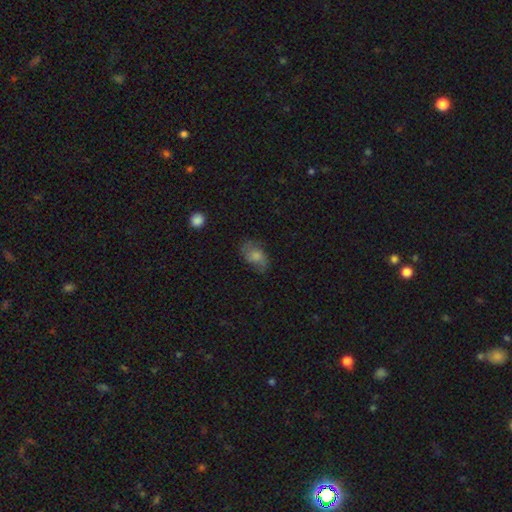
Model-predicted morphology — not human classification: The model was most divided on "smooth or featured": smooth: 48%, featured or disk: 40%, star or artifact: 12%. More confident: merging — none (71%).